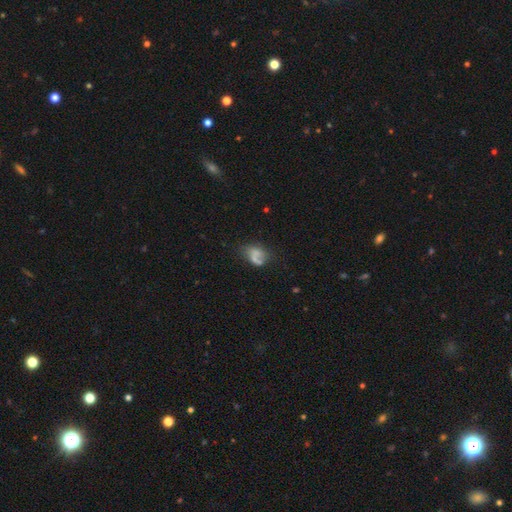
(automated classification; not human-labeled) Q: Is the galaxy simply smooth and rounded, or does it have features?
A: smooth — 60%.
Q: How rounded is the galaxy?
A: in between — 71%.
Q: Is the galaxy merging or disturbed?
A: merger — 33%.